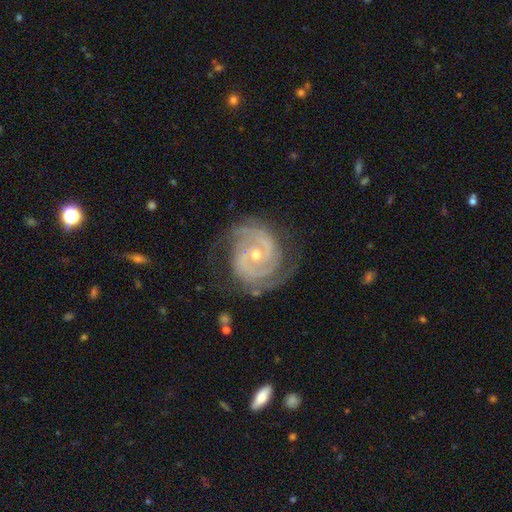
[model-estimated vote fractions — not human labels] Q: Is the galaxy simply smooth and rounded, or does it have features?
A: featured or disk — 92%.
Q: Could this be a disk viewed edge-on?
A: no — 98%.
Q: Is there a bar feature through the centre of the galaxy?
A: no — 59%.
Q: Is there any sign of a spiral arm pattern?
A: yes — 98%.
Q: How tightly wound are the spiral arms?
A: tight — 68%.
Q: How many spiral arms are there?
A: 2 — 75%.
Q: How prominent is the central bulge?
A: small — 58%.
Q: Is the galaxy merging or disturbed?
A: none — 74%.